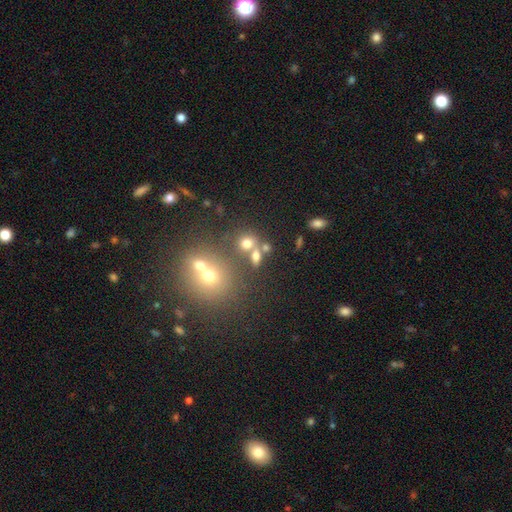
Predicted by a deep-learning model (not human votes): This is likely a smooth galaxy (66%). How rounded: possibly in between (52%). Merging: possibly none (49%).